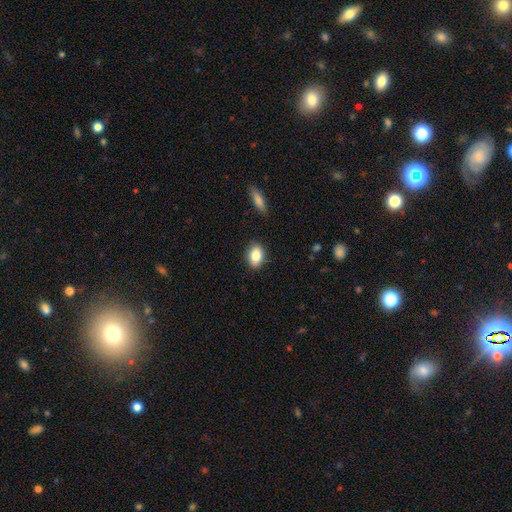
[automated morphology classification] This is clearly a smooth galaxy (84%). How rounded: likely in between (79%). Merging: clearly none (87%).